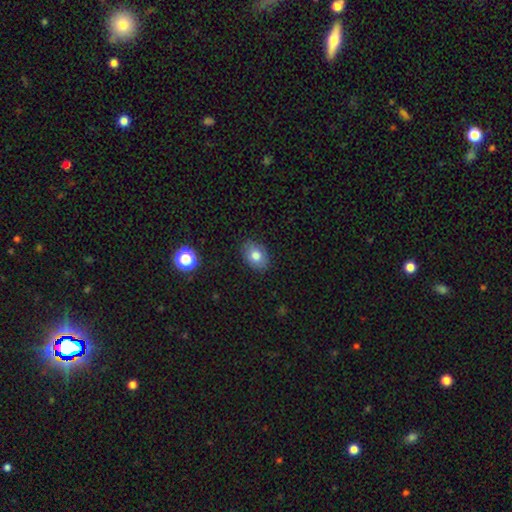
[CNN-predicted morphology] Q: Smooth or featured?
A: smooth (78%); runner-up: featured or disk (12%)
Q: How rounded?
A: in between (70%); runner-up: round (29%)
Q: Merging?
A: none (84%); runner-up: minor disturbance (12%)